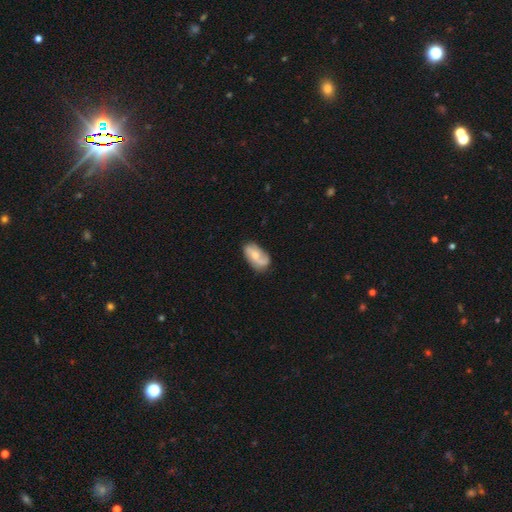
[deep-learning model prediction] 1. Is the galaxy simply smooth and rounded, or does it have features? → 50% featured or disk, 43% smooth, 7% star or artifact.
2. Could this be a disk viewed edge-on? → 95% no, 5% yes.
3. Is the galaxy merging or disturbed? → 59% none, 27% minor disturbance, 9% major disturbance, 4% merger.